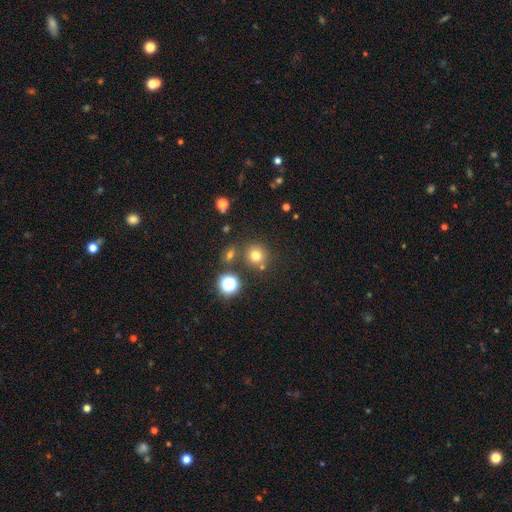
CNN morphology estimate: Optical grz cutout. It shows a smooth galaxy with no disk features (72%) that is round (91%). Merging: none (77%).